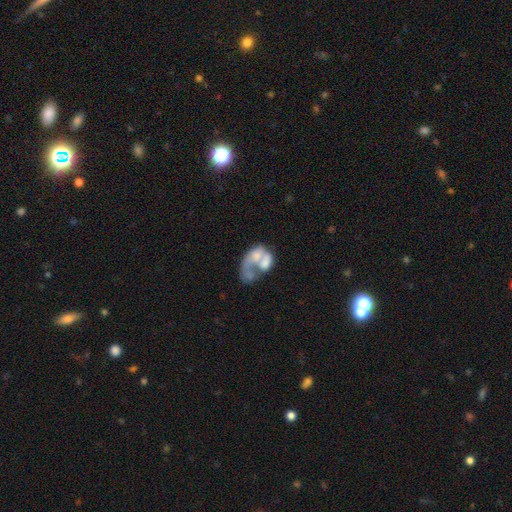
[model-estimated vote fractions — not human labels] A featured or disk galaxy (54%) with no bar (83%), no spiral arms (68%) and no central bulge (47%). Merging: merger (48%).